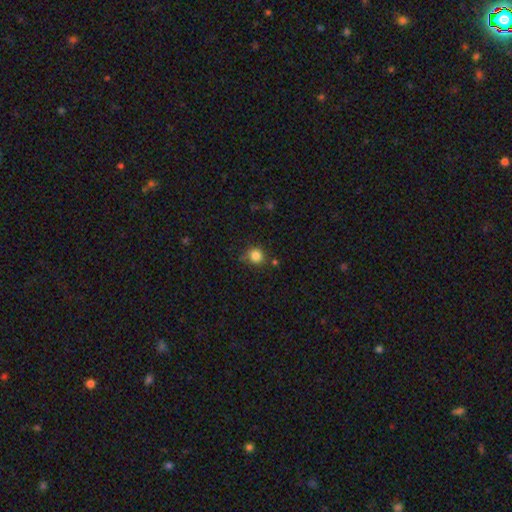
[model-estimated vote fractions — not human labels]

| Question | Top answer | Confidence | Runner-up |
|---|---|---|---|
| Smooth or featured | smooth | 84% | star or artifact (11%) |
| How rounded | round | 91% | in between (8%) |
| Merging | none | 75% | minor disturbance (15%) |